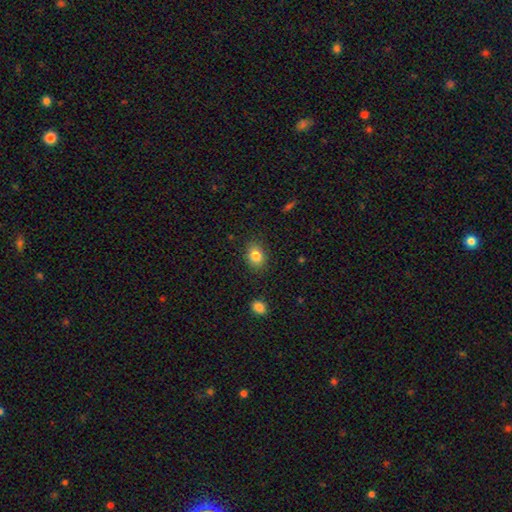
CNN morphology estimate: smooth_or_featured: smooth (p=0.85) [alt: star or artifact p=0.09]
how_rounded: in between (p=0.58) [alt: round p=0.41]
merging: none (p=0.85) [alt: minor disturbance p=0.10]